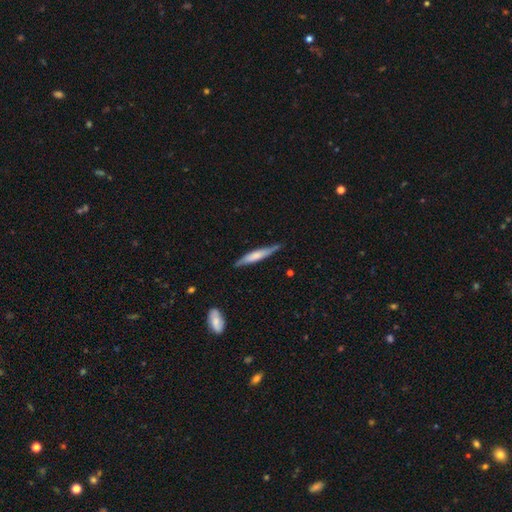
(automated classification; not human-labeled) A smooth galaxy with no disk features (56%) that is cigar-shaped (90%).

Vote fractions:
- Smooth or featured? smooth: 56% / featured or disk: 39% / star or artifact: 5%
- How rounded? cigar-shaped: 90% / in between: 8% / round: 1%
- Merging? none: 78% / minor disturbance: 17% / major disturbance: 3% / merger: 2%